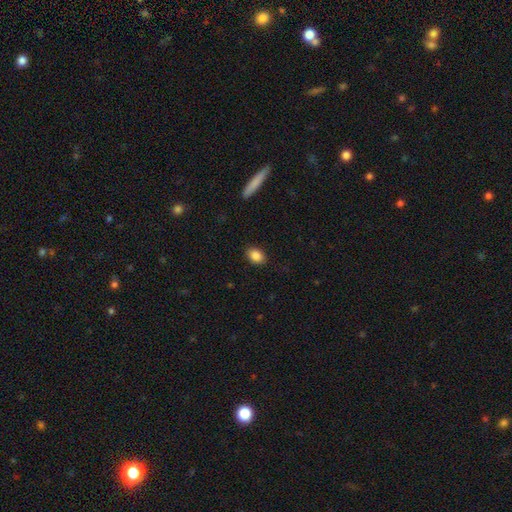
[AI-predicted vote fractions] This appears to be a smooth galaxy with no disk features (87%) that is in between round and cigar-shaped (74%). Merging: none (87%).